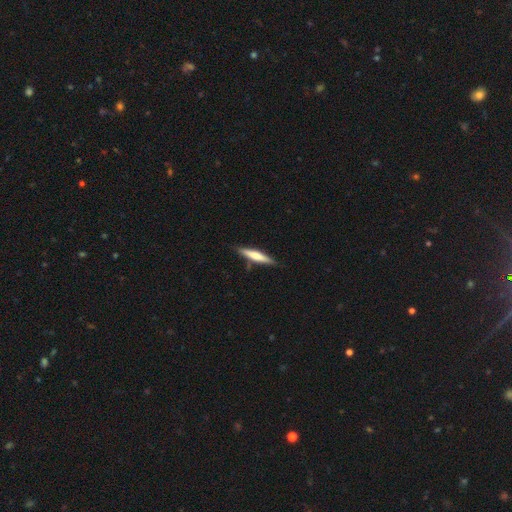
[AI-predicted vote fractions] Smooth or featured?
  - smooth: 51% *
  - featured or disk: 44%
  - star or artifact: 5%
How rounded?
  - cigar-shaped: 89% *
  - in between: 10%
  - round: 1%
Merging?
  - none: 86% *
  - minor disturbance: 10%
  - merger: 2%
  - major disturbance: 2%